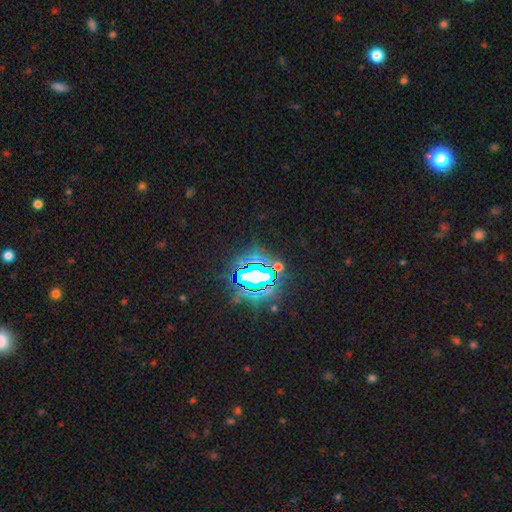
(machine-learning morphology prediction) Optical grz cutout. It shows a star or artifact, not a galaxy (81%).